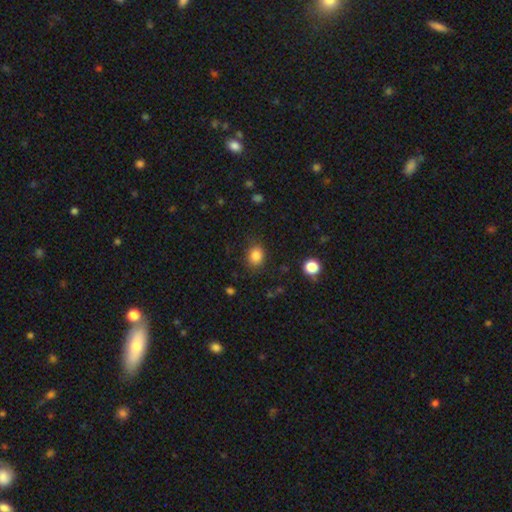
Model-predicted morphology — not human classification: A smooth galaxy with no disk features (84%) that is round (57%). Merging: none (83%).